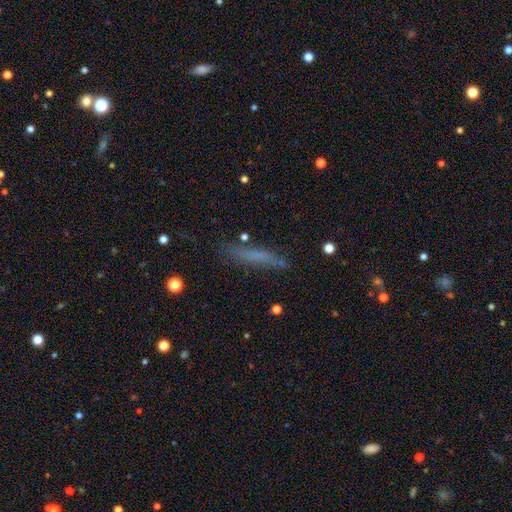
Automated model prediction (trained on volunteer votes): Smooth or featured?
  - smooth: 58% *
  - featured or disk: 30%
  - star or artifact: 11%
How rounded?
  - cigar-shaped: 91% *
  - in between: 7%
  - round: 2%
Merging?
  - none: 77% *
  - minor disturbance: 16%
  - major disturbance: 4%
  - merger: 3%